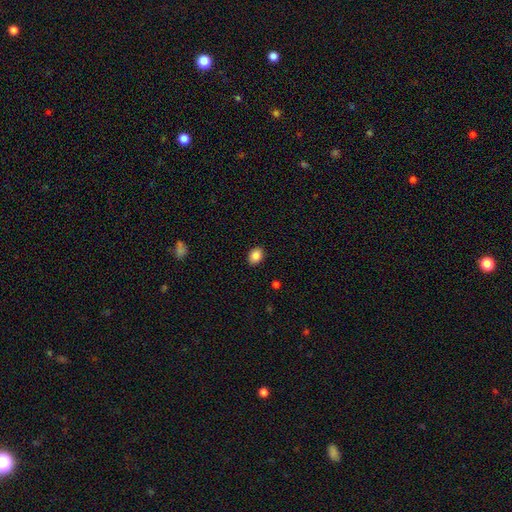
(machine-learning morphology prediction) smooth_or_featured: smooth (p=0.86) [alt: star or artifact p=0.09]
how_rounded: in between (p=0.65) [alt: round p=0.34]
merging: none (p=0.89) [alt: minor disturbance p=0.08]